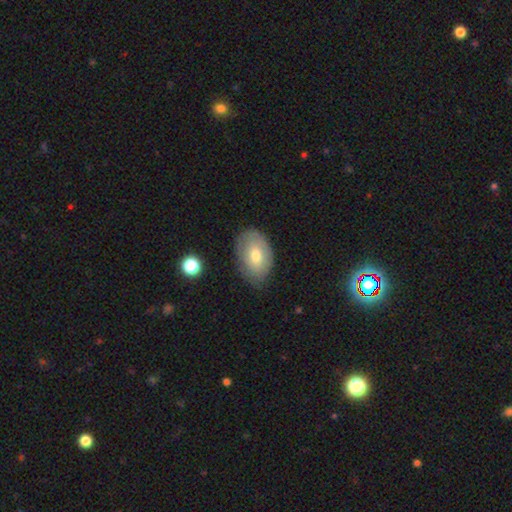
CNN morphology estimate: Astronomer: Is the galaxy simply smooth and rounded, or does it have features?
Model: smooth — 61%.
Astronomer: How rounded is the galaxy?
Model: in between — 87%.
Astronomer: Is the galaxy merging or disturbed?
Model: none — 73%.